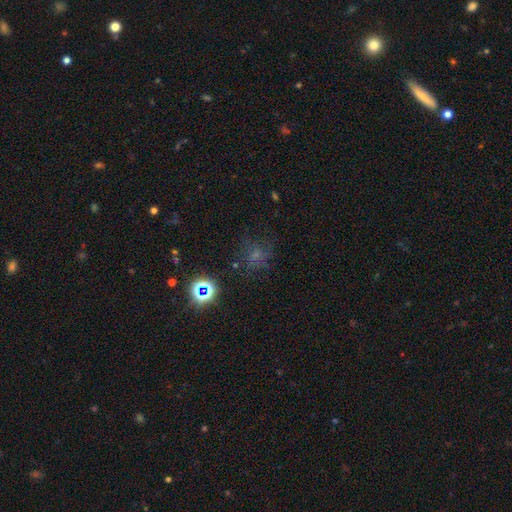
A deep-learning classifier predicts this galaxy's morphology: Overall: smooth (44%; star or artifact 36%). Merging: none (63%).